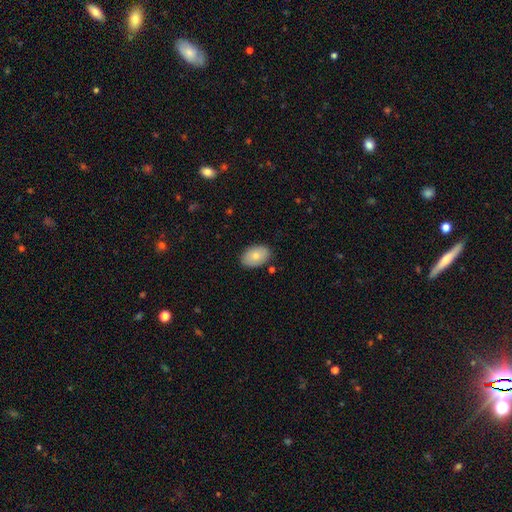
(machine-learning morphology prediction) This is likely a smooth galaxy (79%). How rounded: clearly in between (89%). Merging: clearly none (85%).